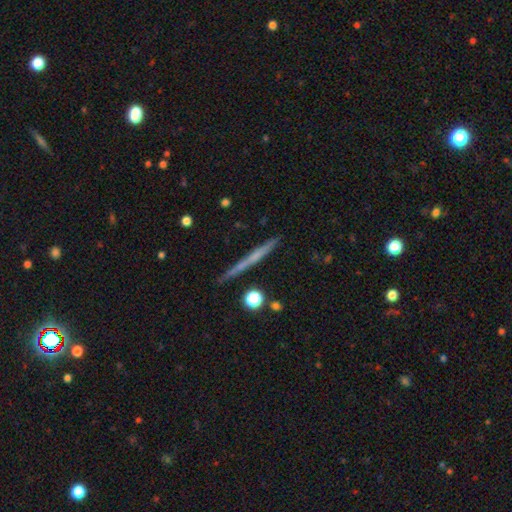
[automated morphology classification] Overall: featured or disk (53%; smooth 40%). Edge-on disk: yes (97%). Edge-on bulge: none (79%). Merging: none (88%).